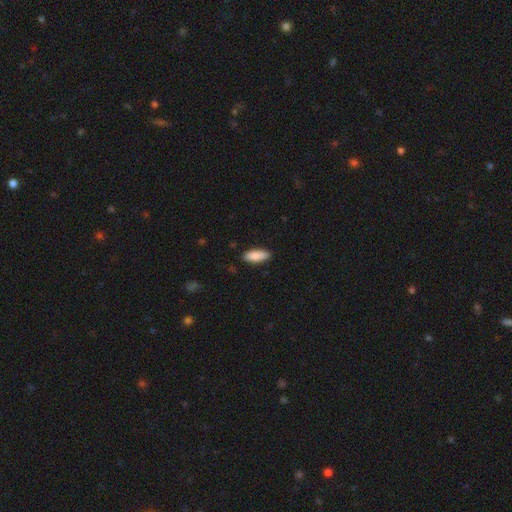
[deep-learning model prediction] Smooth or featured?
  - smooth: 87% *
  - featured or disk: 7%
  - star or artifact: 6%
How rounded?
  - in between: 66% *
  - cigar-shaped: 32%
  - round: 2%
Merging?
  - none: 86% *
  - minor disturbance: 11%
  - major disturbance: 2%
  - merger: 1%